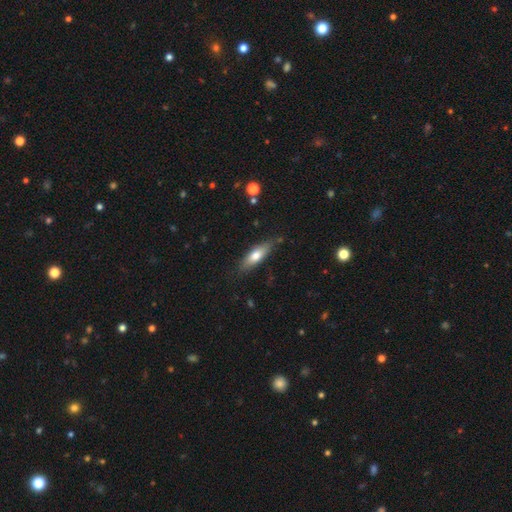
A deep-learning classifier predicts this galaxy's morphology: Smooth or featured? Predicted: smooth (p=0.68). How rounded? Predicted: in between (p=0.50). Merging? Predicted: none (p=0.81).